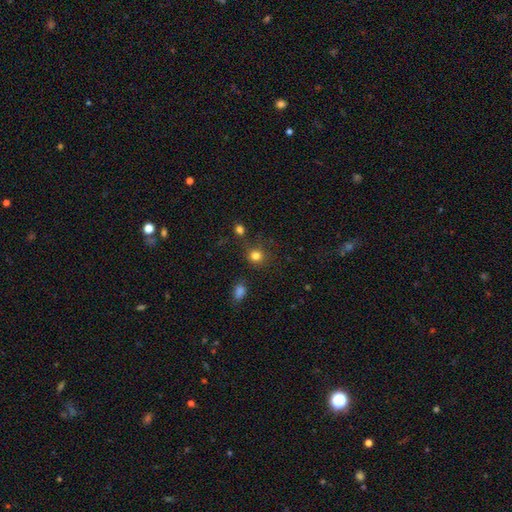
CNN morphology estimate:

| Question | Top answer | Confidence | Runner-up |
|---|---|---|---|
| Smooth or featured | smooth | 80% | star or artifact (15%) |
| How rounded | round | 87% | in between (12%) |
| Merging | none | 77% | minor disturbance (12%) |